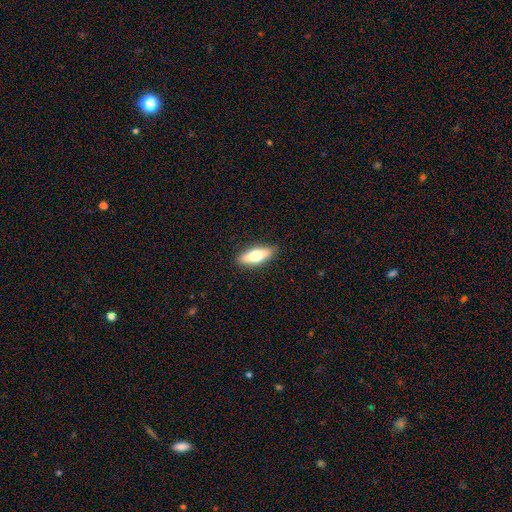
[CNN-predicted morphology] smooth 62%, featured or disk 32%, star or artifact 6%. Down the decision tree: how rounded — in between (58%); merging — none (88%).